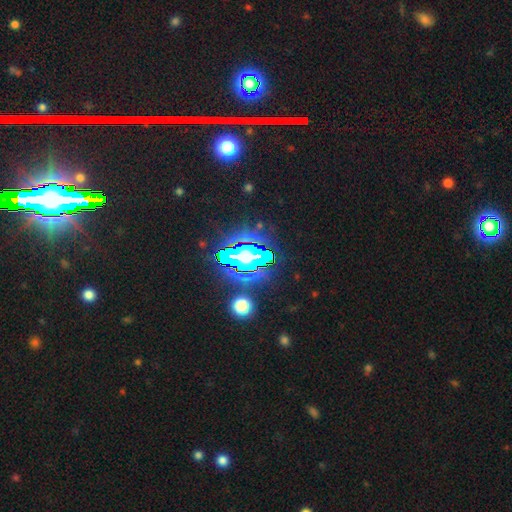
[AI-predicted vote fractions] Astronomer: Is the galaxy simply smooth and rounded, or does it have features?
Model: star or artifact — 83%.